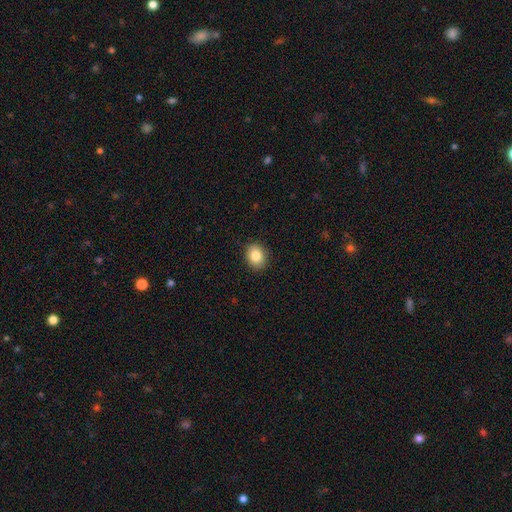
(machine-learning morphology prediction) smooth 84%, star or artifact 9%, featured or disk 7%. Down the decision tree: how rounded — round (51%); merging — none (90%).